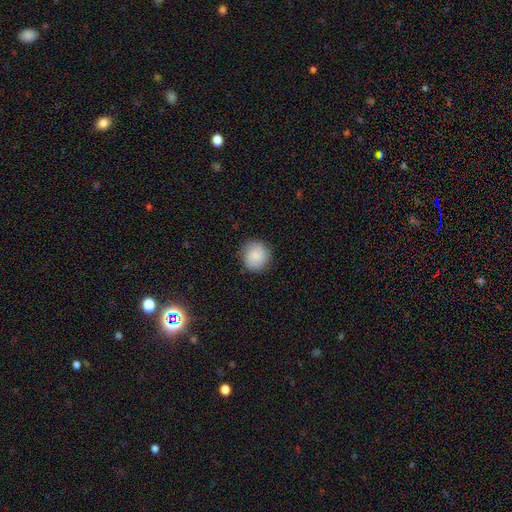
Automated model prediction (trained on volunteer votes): A smooth galaxy with no disk features (82%) that is round (92%).

Vote fractions:
- Smooth or featured? smooth: 82% / featured or disk: 11% / star or artifact: 7%
- How rounded? round: 92% / in between: 7% / cigar-shaped: 1%
- Merging? none: 87% / minor disturbance: 9% / major disturbance: 3% / merger: 1%